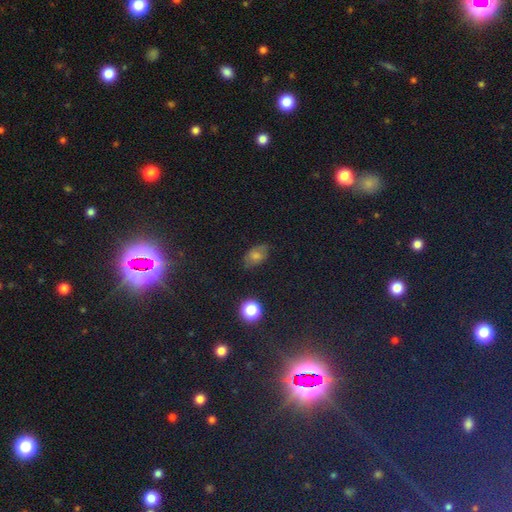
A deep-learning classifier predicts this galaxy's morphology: Smooth or featured? smooth (45%)
Merging? none (79%)